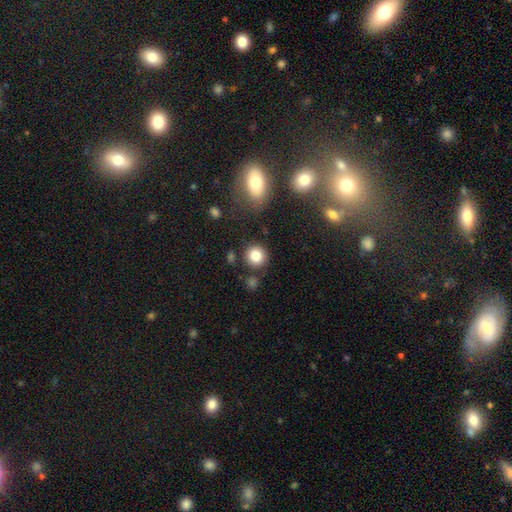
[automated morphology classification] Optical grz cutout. It shows a smooth galaxy with no disk features (82%) that is round (91%). Merging: none (85%).